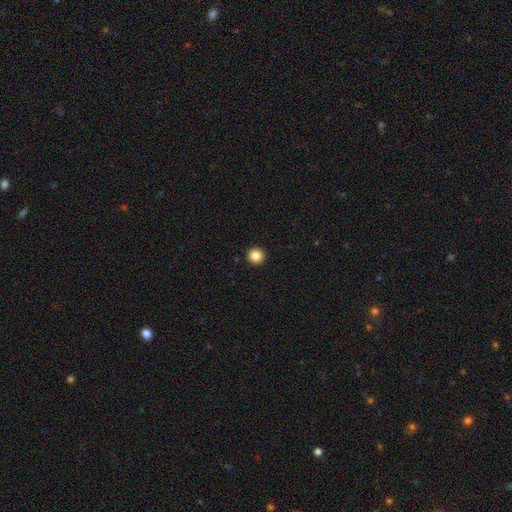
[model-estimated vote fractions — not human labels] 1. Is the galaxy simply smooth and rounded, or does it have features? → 86% smooth, 10% star or artifact, 4% featured or disk.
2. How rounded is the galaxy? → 95% round, 4% in between, 1% cigar-shaped.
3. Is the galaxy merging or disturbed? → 94% none, 4% minor disturbance, 1% major disturbance, 1% merger.